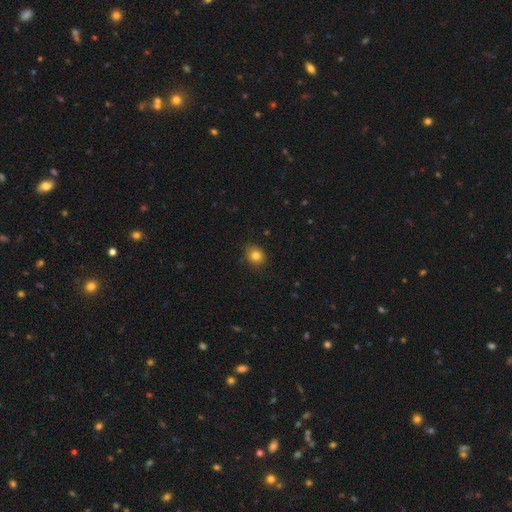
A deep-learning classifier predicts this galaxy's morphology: A smooth galaxy with no disk features (82%) that is round (69%).

Vote fractions:
- Smooth or featured? smooth: 82% / star or artifact: 11% / featured or disk: 7%
- How rounded? round: 69% / in between: 30% / cigar-shaped: 1%
- Merging? none: 84% / minor disturbance: 13% / major disturbance: 2% / merger: 1%